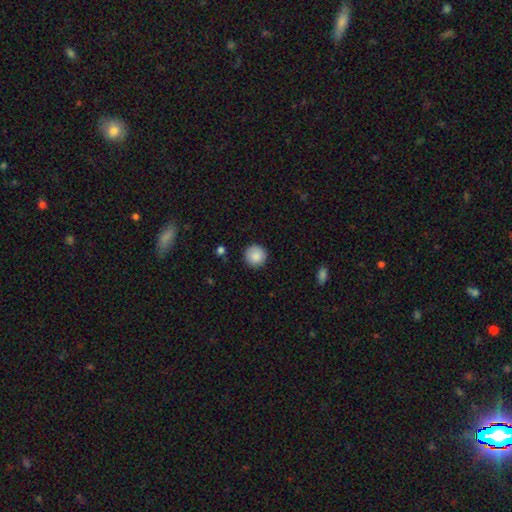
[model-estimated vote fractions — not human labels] Smooth or featured: smooth — 87% (star or artifact — 8%)
How rounded: round — 95% (in between — 4%)
Merging: none — 91% (minor disturbance — 7%)